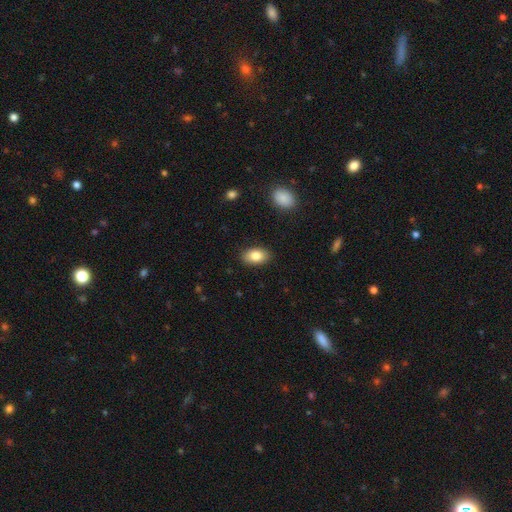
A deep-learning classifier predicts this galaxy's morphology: Smooth or featured?
  - smooth: 83% *
  - featured or disk: 9%
  - star or artifact: 8%
How rounded?
  - in between: 91% *
  - round: 8%
  - cigar-shaped: 2%
Merging?
  - none: 88% *
  - minor disturbance: 9%
  - major disturbance: 2%
  - merger: 1%